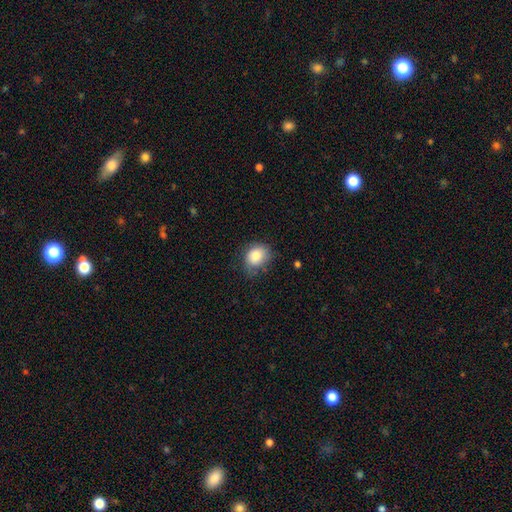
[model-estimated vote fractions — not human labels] A smooth galaxy with no disk features (83%) that is round (59%). Merging: none (62%).